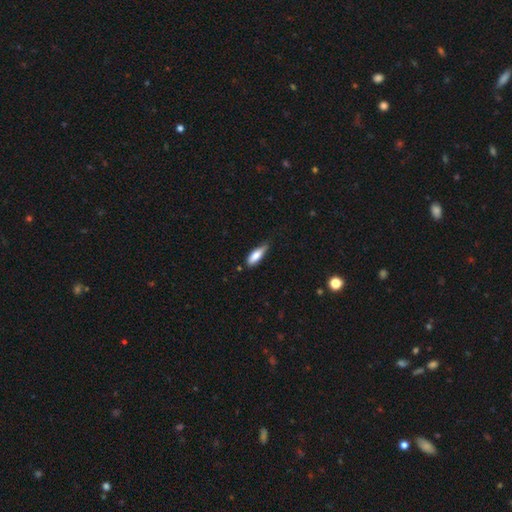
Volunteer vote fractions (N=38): A smooth galaxy with no disk features (74%) that is in between round and cigar-shaped (71%). Merging: minor disturbance (57%).